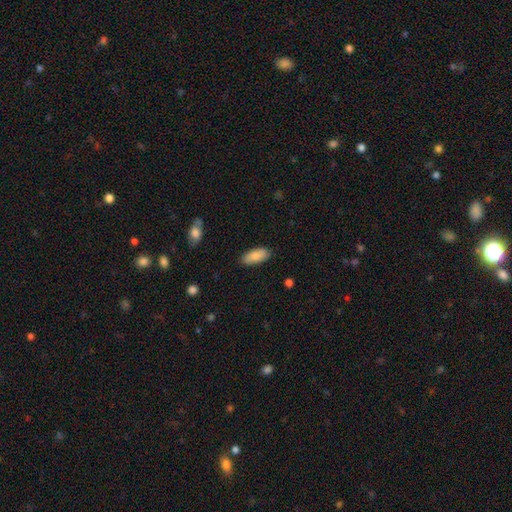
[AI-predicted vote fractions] A smooth galaxy with no disk features (87%) that is in between round and cigar-shaped (86%). Merging: none (86%).